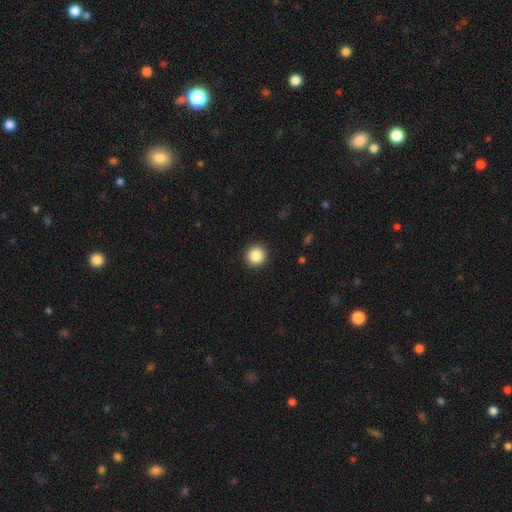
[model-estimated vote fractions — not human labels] smooth 87%, star or artifact 9%, featured or disk 4%. Down the decision tree: how rounded — round (95%); merging — none (92%).